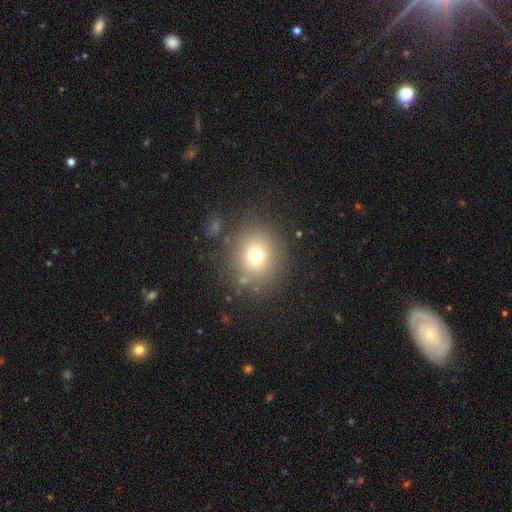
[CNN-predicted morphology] This appears to be a smooth galaxy with no disk features (72%) that is round (86%). Merging: none (82%).